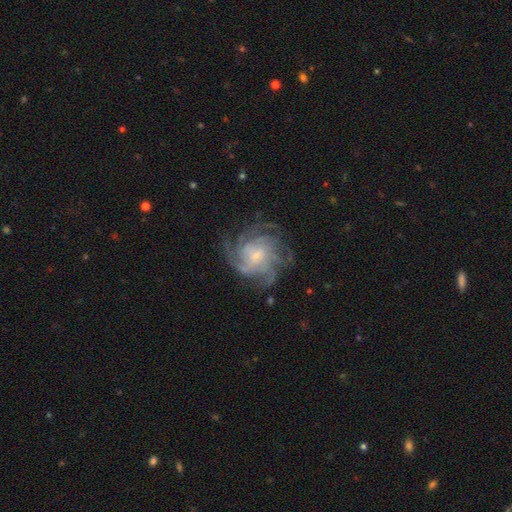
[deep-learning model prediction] Overall: featured or disk (87%). Edge-on disk: no (98%). Bar: no (64%; weak 30%). Spiral arms: yes (97%). Spiral arm count: 4 (34%; more than 4 22%). Spiral winding: tight (55%; medium 35%). Bulge size: small (71%). Merging: none (70%).